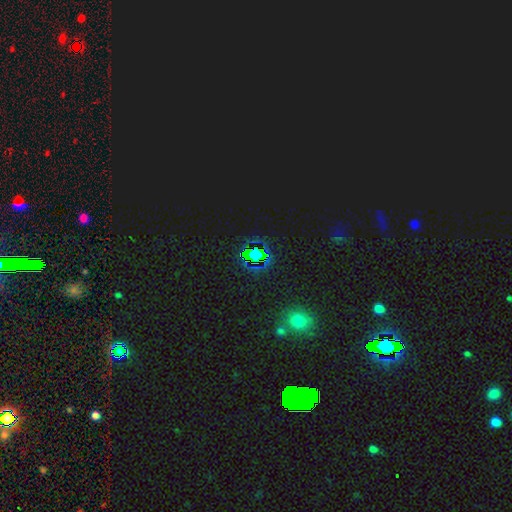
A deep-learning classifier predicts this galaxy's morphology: A star or artifact, not a galaxy (79%).

Vote fractions:
- Smooth or featured? star or artifact: 79% / smooth: 13% / featured or disk: 8%